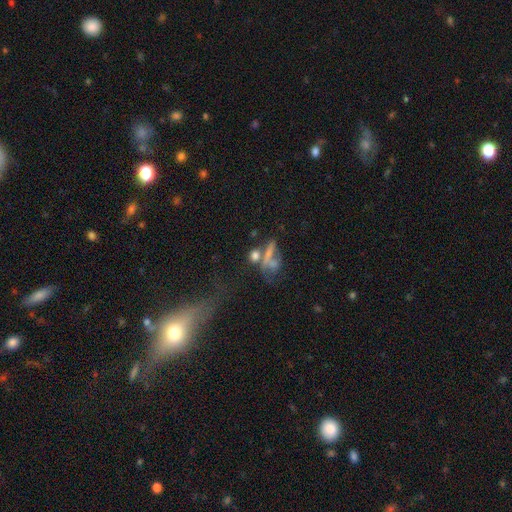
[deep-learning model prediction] smooth 61%, featured or disk 22%, star or artifact 17%. Down the decision tree: how rounded — round (48%); merging — merger (39%).